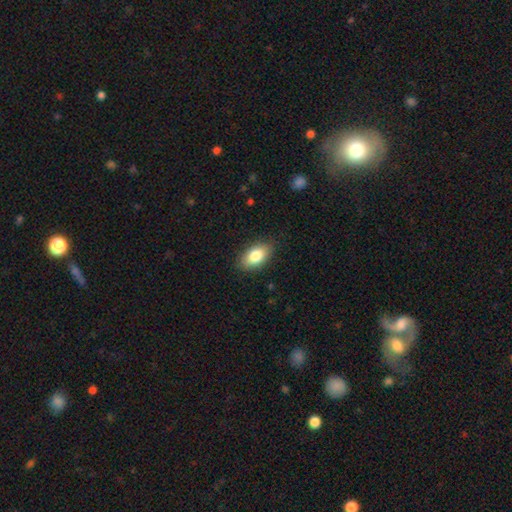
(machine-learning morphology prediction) type=smooth (83%); roundness=in between (92%); merging=none (86%).